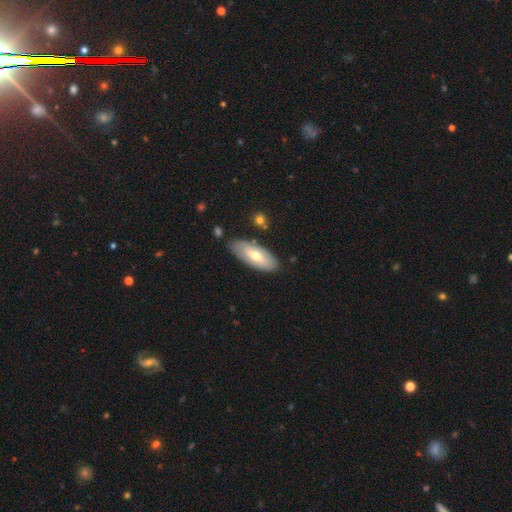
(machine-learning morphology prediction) This is possibly a smooth galaxy (59%). How rounded: likely in between (79%). Merging: clearly none (82%).